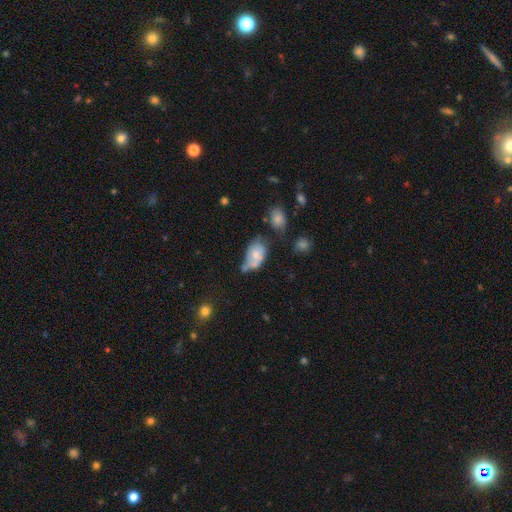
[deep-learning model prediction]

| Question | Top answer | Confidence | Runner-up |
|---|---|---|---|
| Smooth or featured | smooth | 61% | featured or disk (30%) |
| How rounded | in between | 88% | round (11%) |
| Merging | minor disturbance | 30% | merger (26%) |